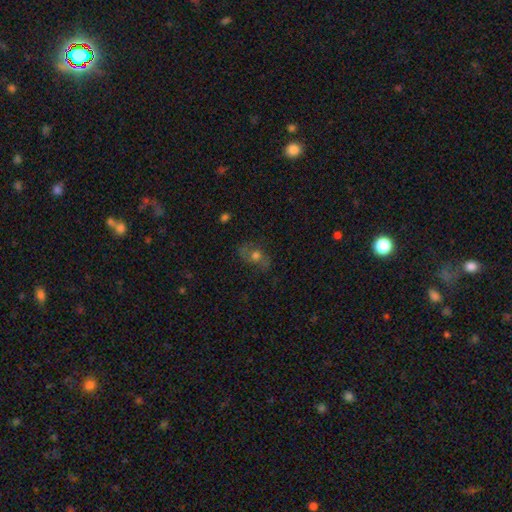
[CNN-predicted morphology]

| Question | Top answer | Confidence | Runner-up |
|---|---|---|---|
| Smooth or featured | smooth | 42% | featured or disk (40%) |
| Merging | none | 70% | minor disturbance (18%) |